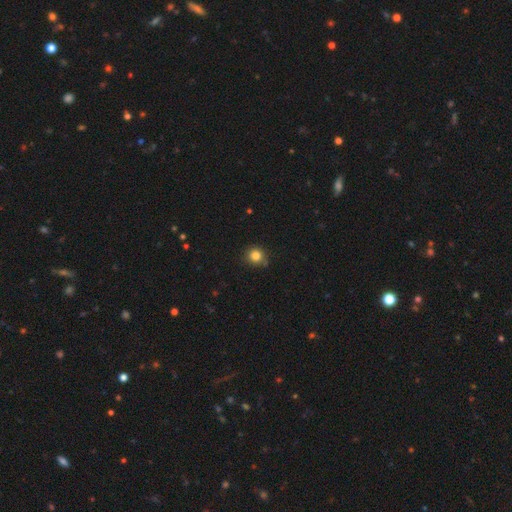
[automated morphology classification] Overall: smooth (83%). How rounded: round (88%). Merging: none (81%).